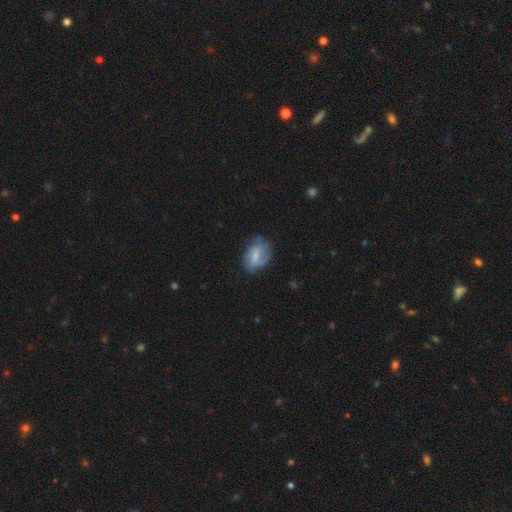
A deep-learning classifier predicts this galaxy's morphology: Smooth or featured? featured or disk (48%)
Merging? none (52%)